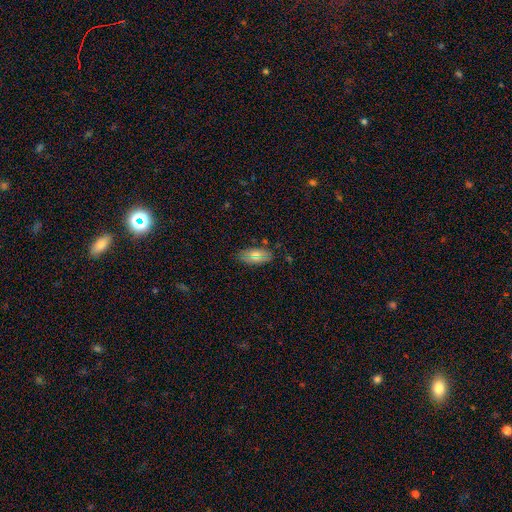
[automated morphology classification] Smooth or featured: smooth — 69% (star or artifact — 17%)
How rounded: in between — 90% (cigar-shaped — 7%)
Merging: none — 82% (minor disturbance — 13%)